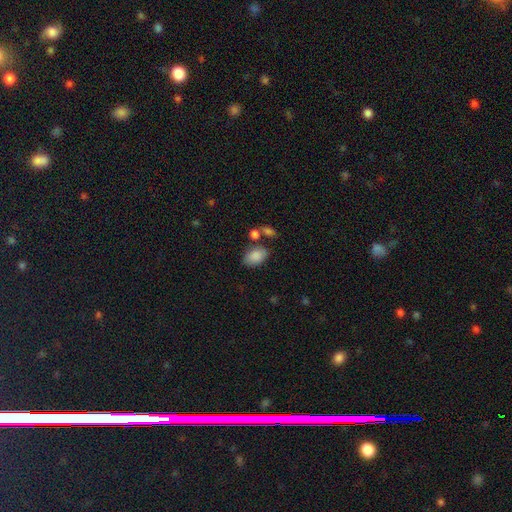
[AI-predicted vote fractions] The model was most divided on "merging": none: 65%, minor disturbance: 16%, merger: 13%, major disturbance: 5%. More confident: how rounded — in between (88%); smooth or featured — smooth (86%).